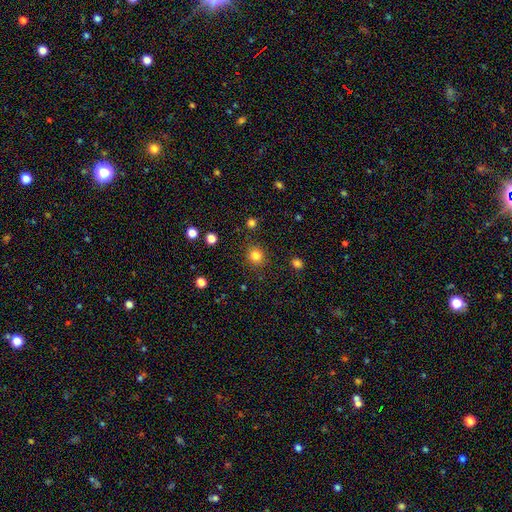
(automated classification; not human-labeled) Smooth or featured?
  - smooth: 83% *
  - star or artifact: 13%
  - featured or disk: 5%
How rounded?
  - round: 85% *
  - in between: 14%
  - cigar-shaped: 1%
Merging?
  - none: 86% *
  - minor disturbance: 9%
  - major disturbance: 3%
  - merger: 2%